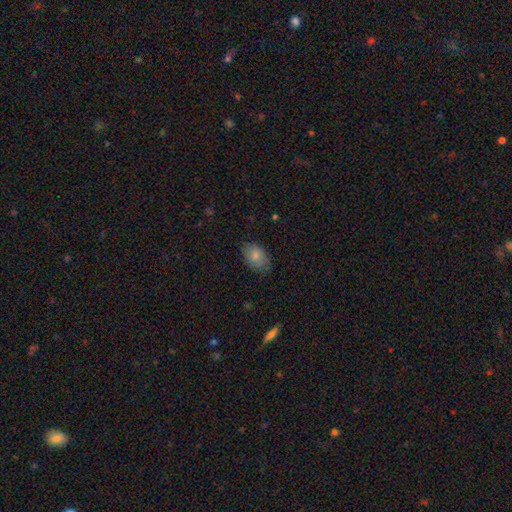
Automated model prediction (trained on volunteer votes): The model was most divided on "merging": none: 73%, minor disturbance: 21%, major disturbance: 5%, merger: 1%. More confident: how rounded — in between (85%); smooth or featured — smooth (83%).